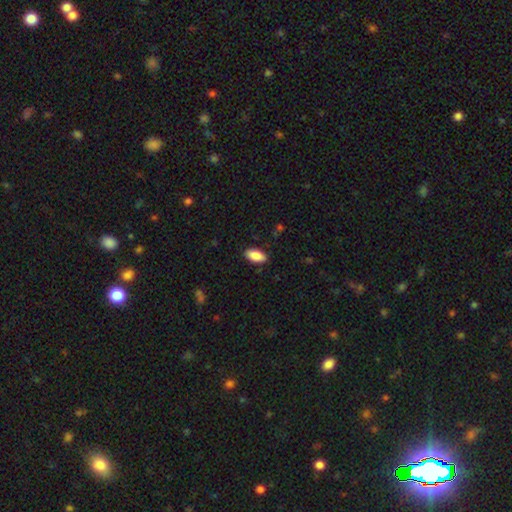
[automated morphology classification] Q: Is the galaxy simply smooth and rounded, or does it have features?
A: smooth — 88%.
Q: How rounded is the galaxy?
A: in between — 92%.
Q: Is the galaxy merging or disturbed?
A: none — 88%.